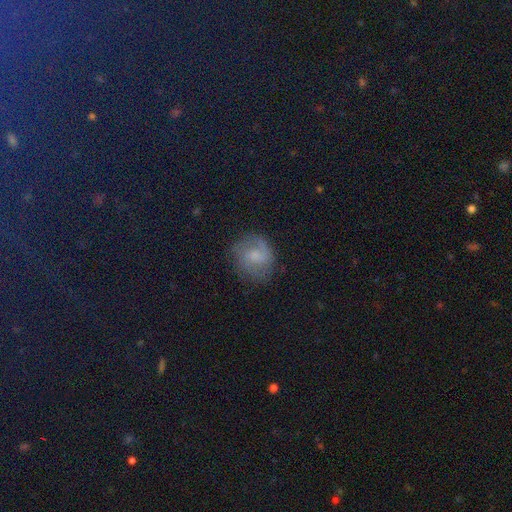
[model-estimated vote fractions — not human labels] Morphology: type=featured or disk (46%, tied with smooth); merging=none (67%).